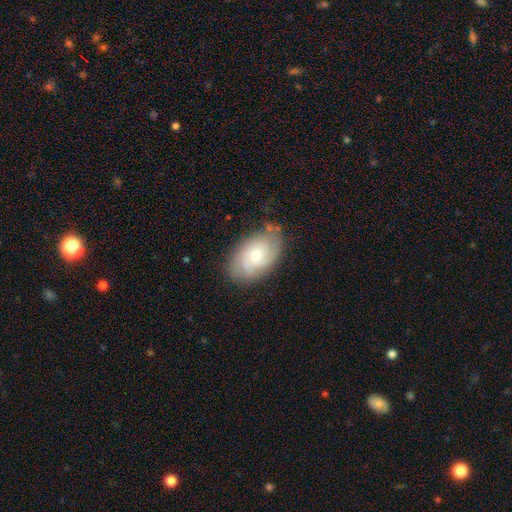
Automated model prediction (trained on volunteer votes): smooth-or-featured: featured or disk: 64% | smooth: 29% | star or artifact: 7%
  disk-edge-on: no: 95% | yes: 5%
    bar: no: 72% | weak: 25% | strong: 3%
    has-spiral-arms: yes: 90% | no: 10%
      spiral-winding: tight: 55% | medium: 34% | loose: 11%
      spiral-arm-count: can't tell: 33% | 2: 32% | 3: 21% | 4: 6% | 1: 4% | more than 4: 3%
    bulge-size: moderate: 54% | small: 41% | large: 3% | none: 1% | dominant: 1%
  merging: none: 76% | minor disturbance: 18% | major disturbance: 5% | merger: 2%